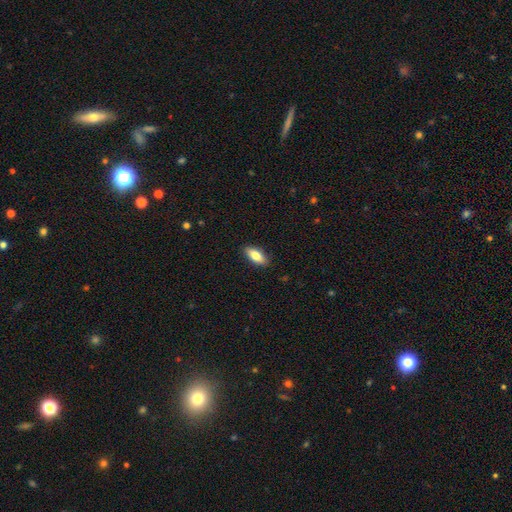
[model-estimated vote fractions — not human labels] This is clearly a smooth galaxy (80%). How rounded: clearly in between (81%). Merging: clearly none (89%).